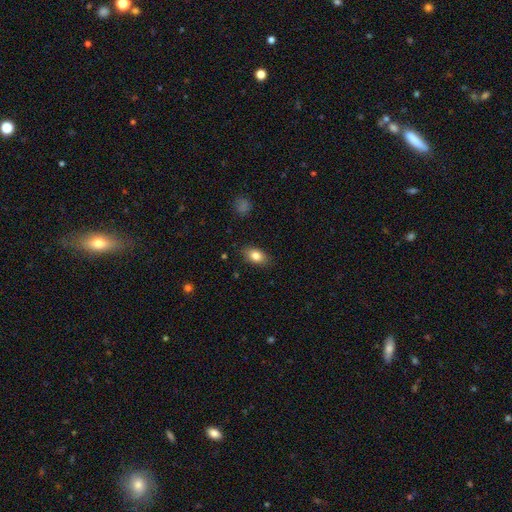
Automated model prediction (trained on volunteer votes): This appears to be a smooth galaxy with no disk features (82%) that is in between round and cigar-shaped (87%). Merging: none (85%).